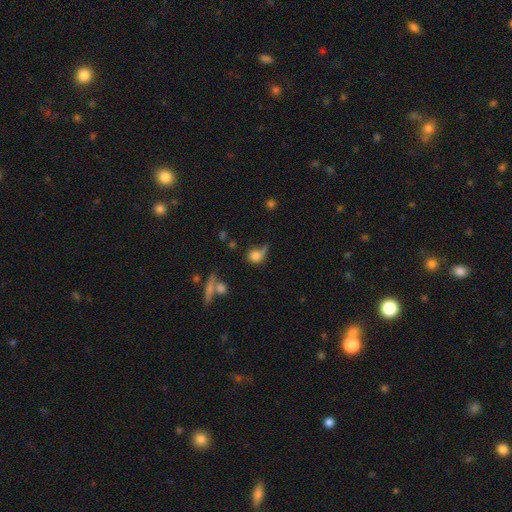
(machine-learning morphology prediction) smooth 72%, featured or disk 16%, star or artifact 11%. Down the decision tree: how rounded — round (66%); merging — none (34%).